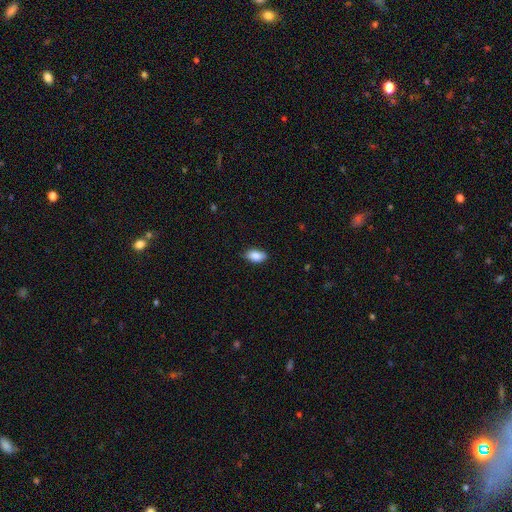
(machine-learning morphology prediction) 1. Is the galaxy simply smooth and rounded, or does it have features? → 86% smooth, 7% star or artifact, 6% featured or disk.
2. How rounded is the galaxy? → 92% in between, 5% round, 3% cigar-shaped.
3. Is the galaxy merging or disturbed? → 79% none, 17% minor disturbance, 2% major disturbance, 1% merger.